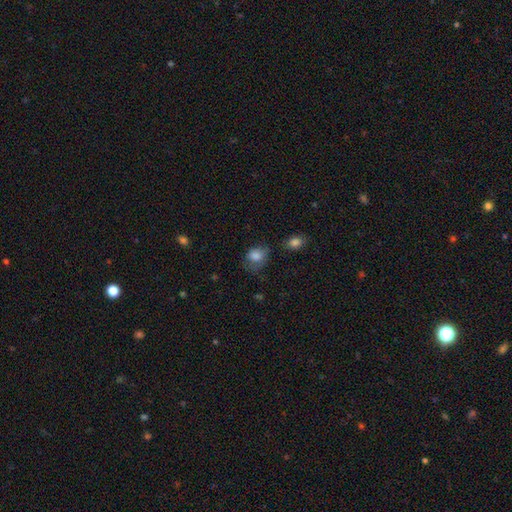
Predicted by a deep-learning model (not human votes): This is clearly a smooth galaxy (81%). How rounded: possibly in between (56%). Merging: marginally none (42%).